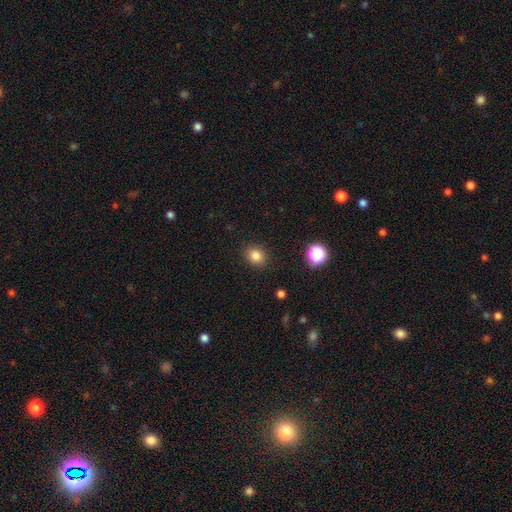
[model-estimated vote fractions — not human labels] smooth-or-featured: smooth: 83% | star or artifact: 12% | featured or disk: 4%
  how-rounded: round: 67% | in between: 32% | cigar-shaped: 1%
  merging: none: 89% | minor disturbance: 8% | major disturbance: 3% | merger: 1%